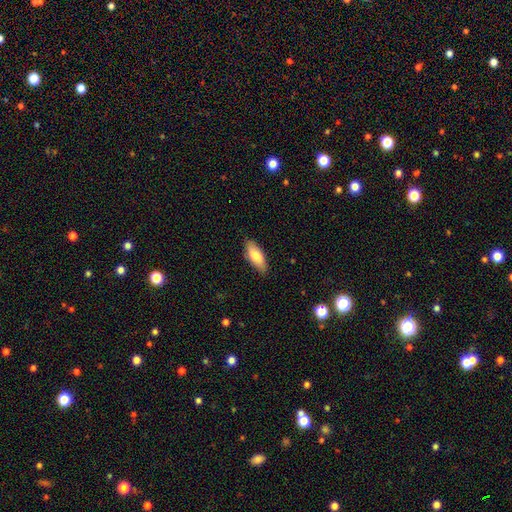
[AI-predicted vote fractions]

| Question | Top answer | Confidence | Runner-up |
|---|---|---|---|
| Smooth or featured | smooth | 77% | featured or disk (17%) |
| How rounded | in between | 76% | cigar-shaped (22%) |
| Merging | none | 84% | minor disturbance (12%) |